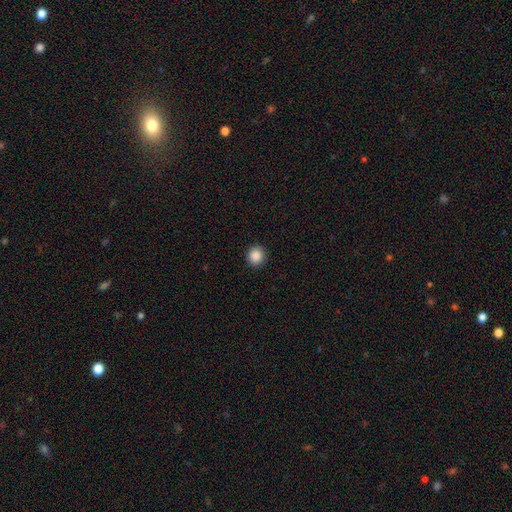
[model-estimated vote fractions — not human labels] smooth-or-featured: smooth: 88% | star or artifact: 9% | featured or disk: 3%
  how-rounded: round: 88% | in between: 11% | cigar-shaped: 1%
  merging: none: 91% | minor disturbance: 6% | major disturbance: 2% | merger: 1%